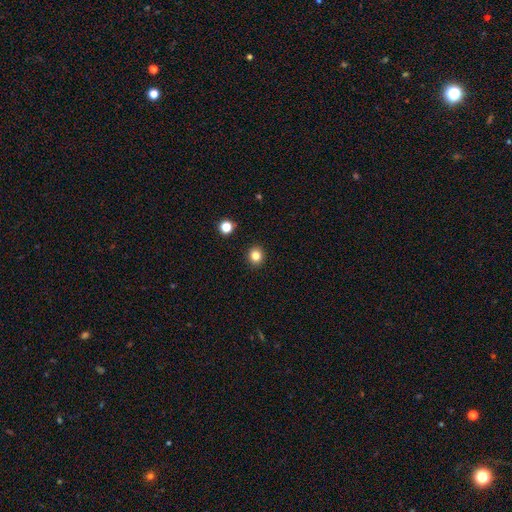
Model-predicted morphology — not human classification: This appears to be a smooth galaxy with no disk features (82%) that is round (86%). Merging: none (92%).